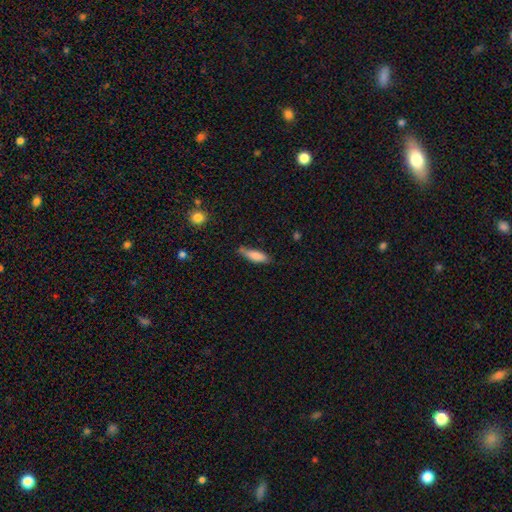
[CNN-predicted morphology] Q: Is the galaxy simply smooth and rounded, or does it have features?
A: smooth — 80%.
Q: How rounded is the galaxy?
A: cigar-shaped — 53%.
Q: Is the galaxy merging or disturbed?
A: none — 63%.